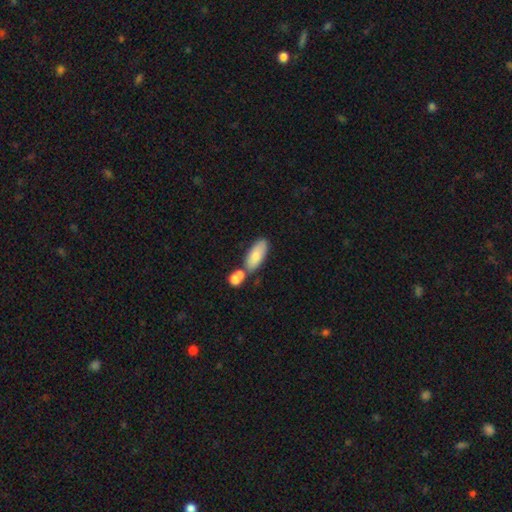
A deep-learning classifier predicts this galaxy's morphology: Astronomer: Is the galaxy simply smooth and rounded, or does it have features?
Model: smooth — 77%.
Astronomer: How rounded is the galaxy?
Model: in between — 78%.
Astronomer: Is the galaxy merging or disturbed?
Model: none — 58%.